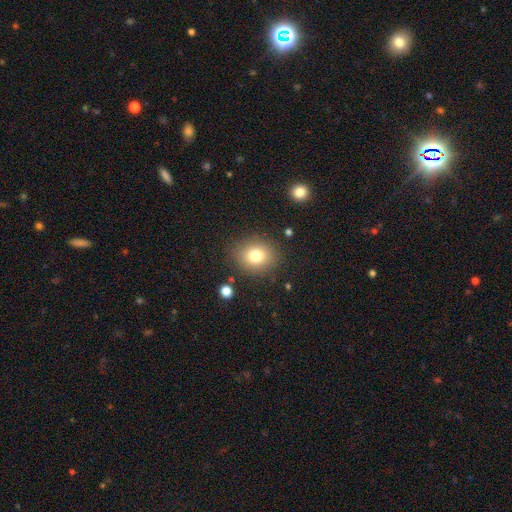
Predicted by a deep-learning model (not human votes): smooth_or_featured: smooth (p=0.78) [alt: star or artifact p=0.12]
how_rounded: round (p=0.65) [alt: in between p=0.34]
merging: none (p=0.84) [alt: minor disturbance p=0.10]